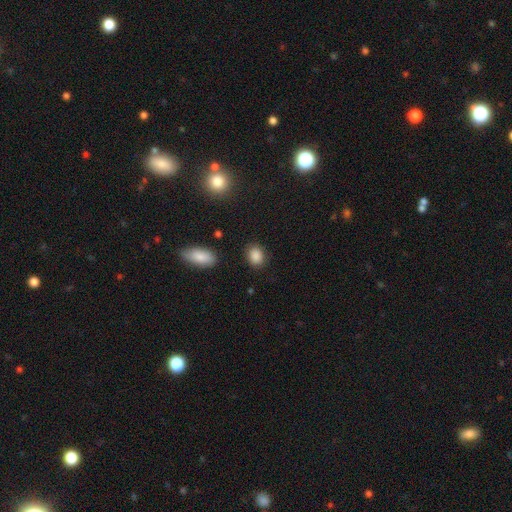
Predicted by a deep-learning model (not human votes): The model was most divided on "how rounded": in between: 60%, round: 39%, cigar-shaped: 1%. More confident: smooth or featured — smooth (88%); merging — none (85%).